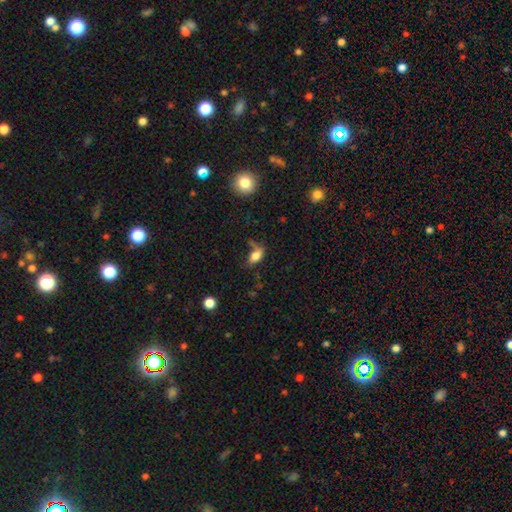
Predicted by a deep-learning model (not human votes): Overall: smooth (76%). How rounded: in between (85%). Merging: none (43%; minor disturbance 27%).